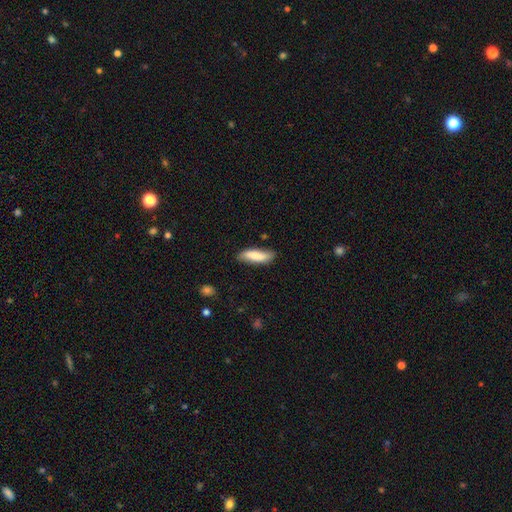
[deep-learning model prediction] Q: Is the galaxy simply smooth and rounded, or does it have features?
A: smooth — 78%.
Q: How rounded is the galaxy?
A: cigar-shaped — 52%.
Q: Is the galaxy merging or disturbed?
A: none — 78%.